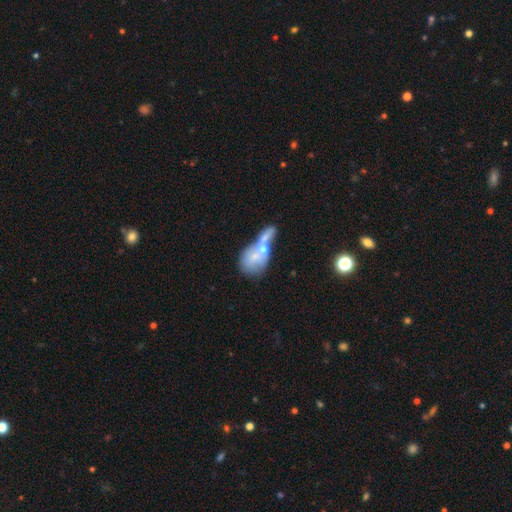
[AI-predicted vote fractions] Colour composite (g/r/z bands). It shows a smooth galaxy with no disk features (51%) that is in between round and cigar-shaped (57%). Merging: merger (65%).